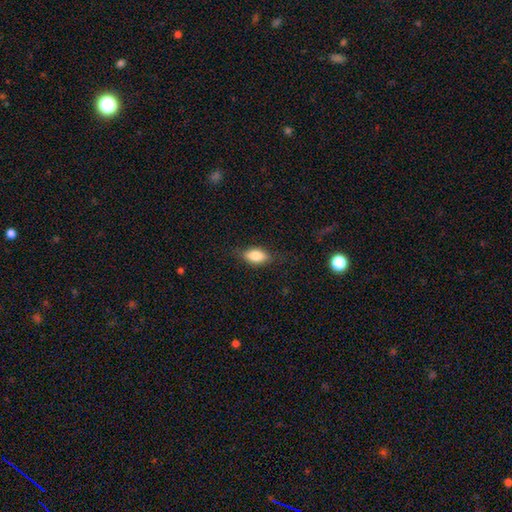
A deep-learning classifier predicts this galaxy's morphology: This is likely a smooth galaxy (79%). How rounded: clearly in between (85%). Merging: likely none (76%).